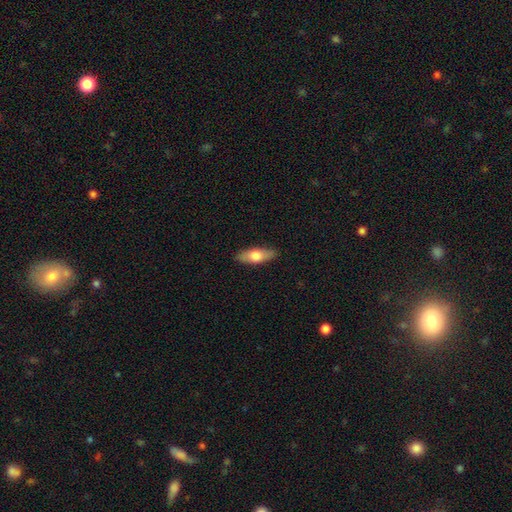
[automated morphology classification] This appears to be a smooth galaxy with no disk features (67%) that is in between round and cigar-shaped (64%). Merging: none (88%).